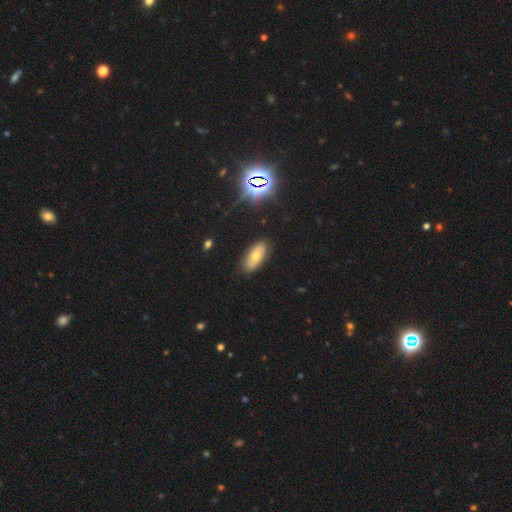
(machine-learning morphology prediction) A smooth galaxy with no disk features (61%) that is in between round and cigar-shaped (85%). Merging: none (85%).